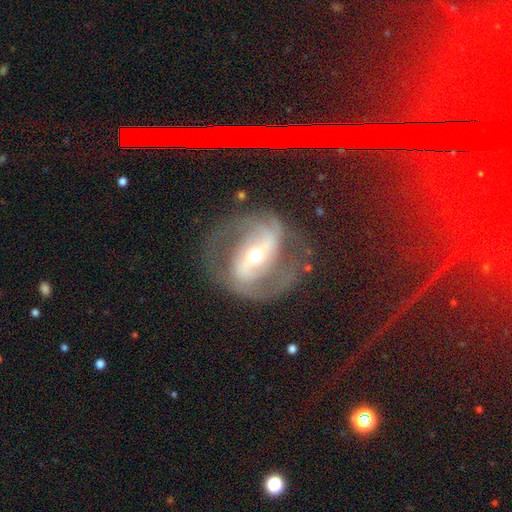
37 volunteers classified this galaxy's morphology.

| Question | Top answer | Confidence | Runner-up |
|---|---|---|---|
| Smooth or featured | featured or disk | 84% | smooth (11%) |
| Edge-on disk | no | 100% | — |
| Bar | strong | 45% | weak (35%) |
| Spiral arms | yes | 68% | no (32%) |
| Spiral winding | tight | 33% | tied: medium (33%), loose (33%) |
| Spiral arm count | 2 | 67% | can't tell (19%) |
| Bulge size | small | 55% | moderate (45%) |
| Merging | none | 57% | minor disturbance (26%) |